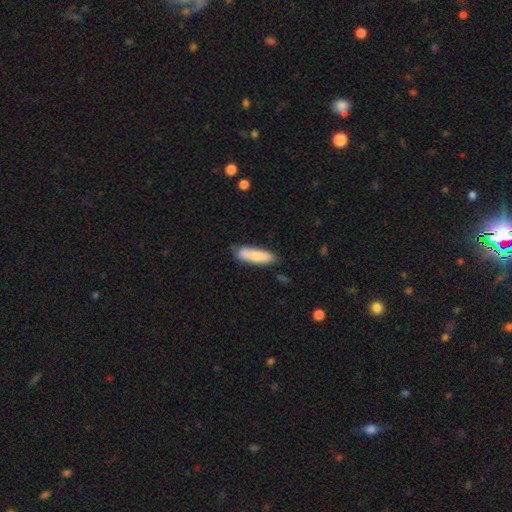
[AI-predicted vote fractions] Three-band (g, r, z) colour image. It shows a smooth galaxy with no disk features (79%) that is cigar-shaped (56%). Merging: none (67%).